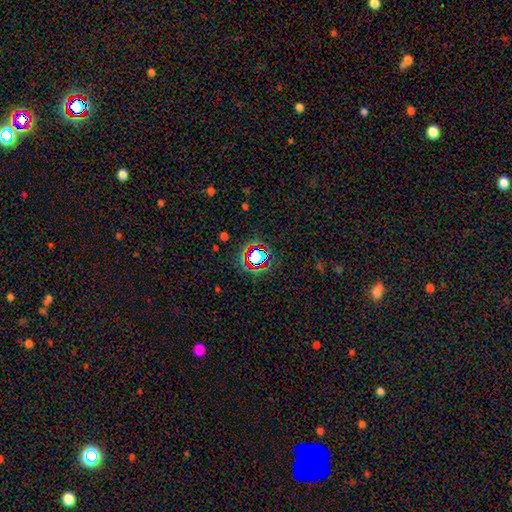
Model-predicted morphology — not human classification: star or artifact 61%, smooth 27%, featured or disk 12%.